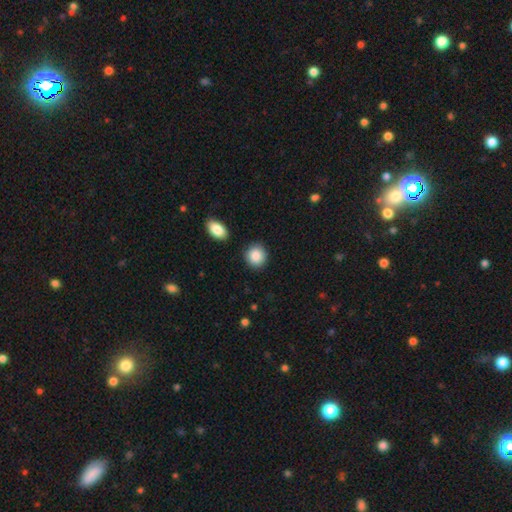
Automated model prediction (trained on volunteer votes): A smooth galaxy with no disk features (89%) that is round (84%). Merging: none (86%).